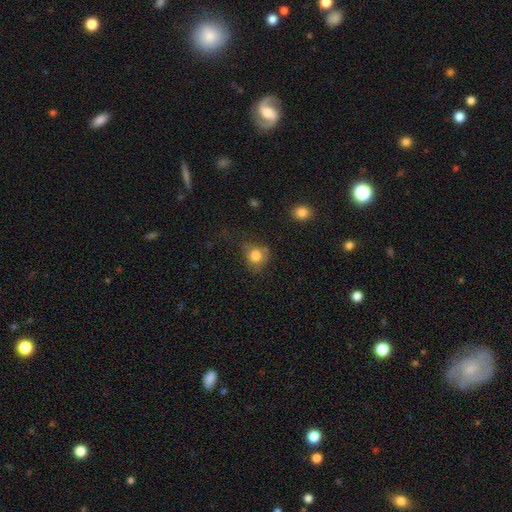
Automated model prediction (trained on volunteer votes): smooth 78%, featured or disk 11%, star or artifact 11%. Down the decision tree: how rounded — round (71%); merging — none (52%).